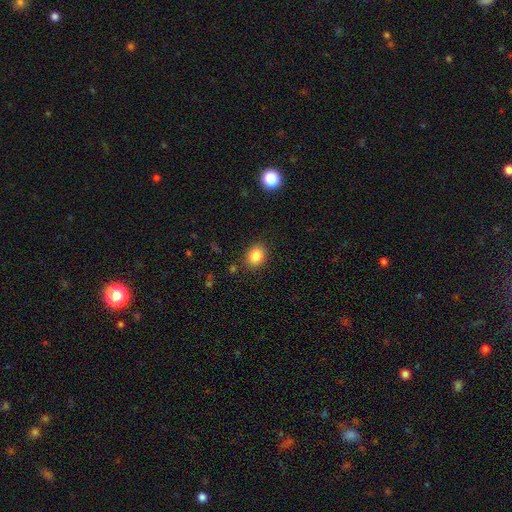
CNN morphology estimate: Smooth or featured? smooth (85%)
How rounded? round (52%)
Merging? none (86%)